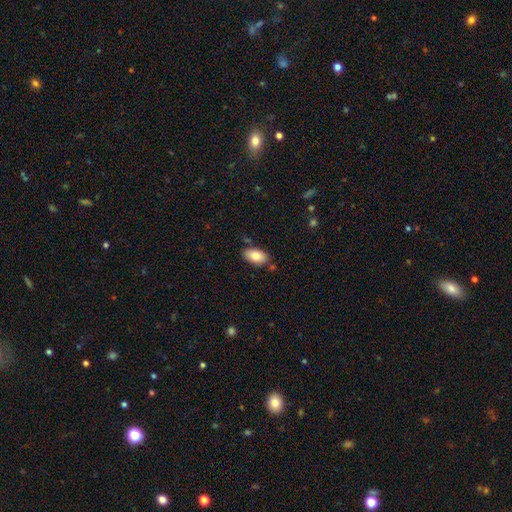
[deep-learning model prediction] Morphology: type=smooth (81%); roundness=in between (93%); merging=none (79%).